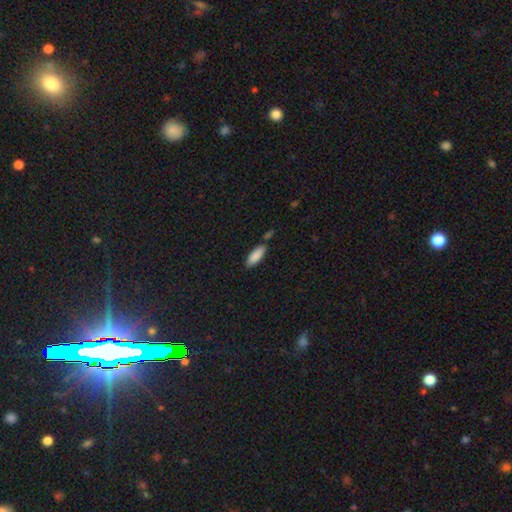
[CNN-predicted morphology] This is clearly a smooth galaxy (88%). How rounded: likely in between (71%). Merging: likely none (69%).